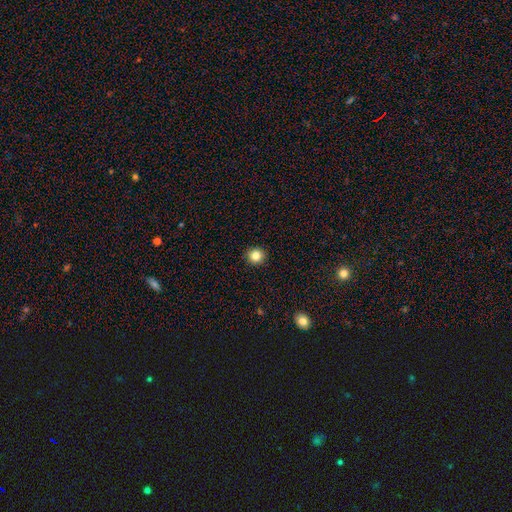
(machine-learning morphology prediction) Overall: smooth (84%). How rounded: round (92%). Merging: none (93%).